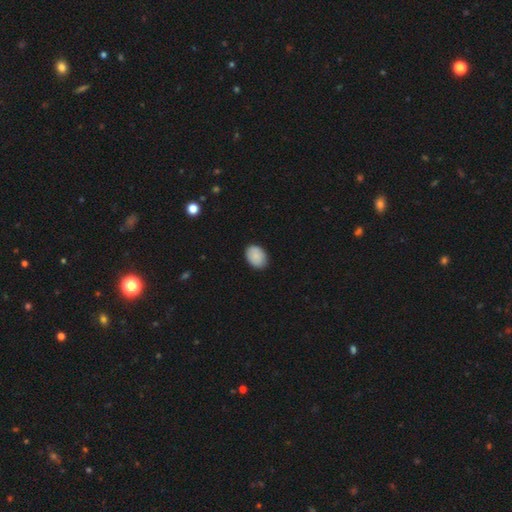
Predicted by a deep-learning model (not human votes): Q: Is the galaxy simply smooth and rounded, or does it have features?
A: smooth — 88%.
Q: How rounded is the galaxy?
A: in between — 80%.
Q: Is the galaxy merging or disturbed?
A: none — 88%.